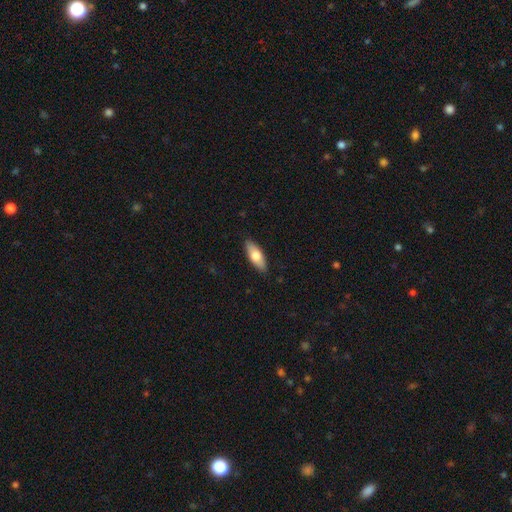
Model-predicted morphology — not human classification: A smooth galaxy with no disk features (70%) that is in between round and cigar-shaped (71%).

Vote fractions:
- Smooth or featured? smooth: 70% / featured or disk: 25% / star or artifact: 6%
- How rounded? in between: 71% / cigar-shaped: 26% / round: 2%
- Merging? none: 88% / minor disturbance: 9% / major disturbance: 2% / merger: 1%